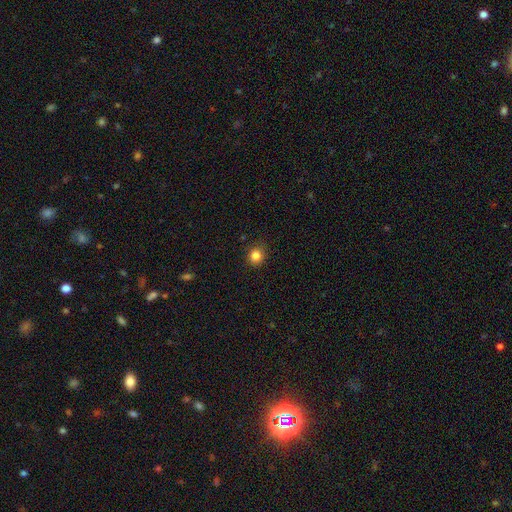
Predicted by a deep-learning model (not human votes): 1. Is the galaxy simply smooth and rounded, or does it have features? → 83% smooth, 12% star or artifact, 5% featured or disk.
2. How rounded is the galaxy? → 86% round, 13% in between, 1% cigar-shaped.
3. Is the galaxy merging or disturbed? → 87% none, 10% minor disturbance, 2% major disturbance, 1% merger.